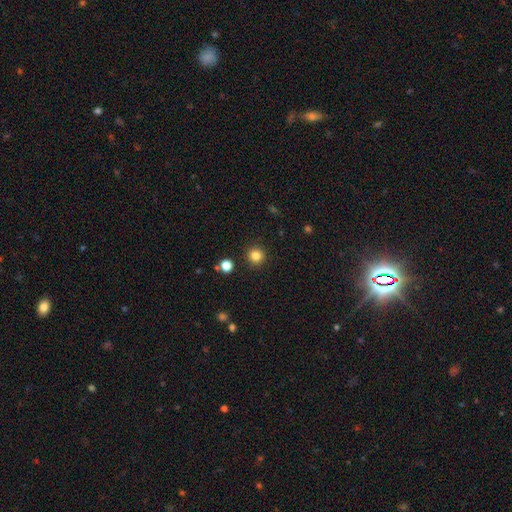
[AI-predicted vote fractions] Morphology: type=smooth (84%); roundness=round (95%); merging=none (92%).